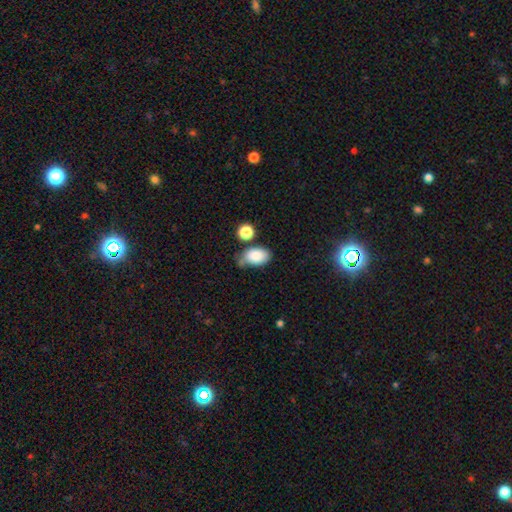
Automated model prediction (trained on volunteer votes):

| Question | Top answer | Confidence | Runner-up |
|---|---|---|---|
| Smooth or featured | smooth | 85% | star or artifact (8%) |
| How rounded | in between | 89% | round (10%) |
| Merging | none | 55% | minor disturbance (24%) |